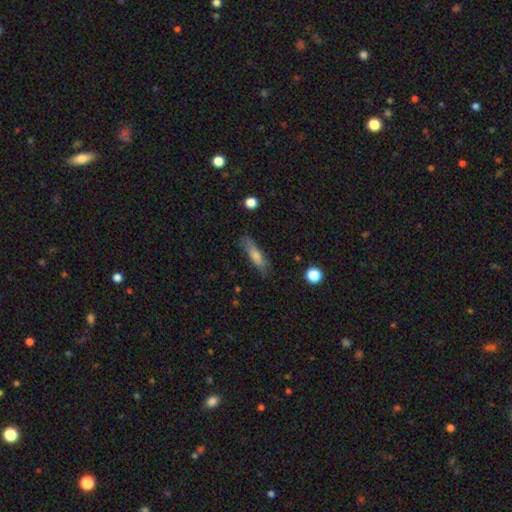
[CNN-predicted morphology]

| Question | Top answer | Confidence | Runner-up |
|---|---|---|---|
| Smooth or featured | smooth | 64% | featured or disk (27%) |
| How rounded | cigar-shaped | 75% | in between (22%) |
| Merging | none | 75% | minor disturbance (18%) |